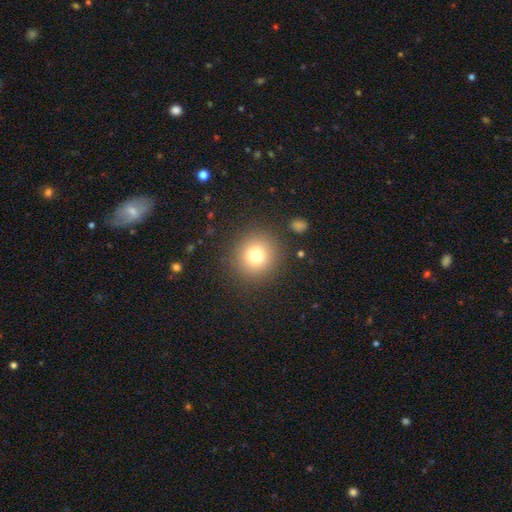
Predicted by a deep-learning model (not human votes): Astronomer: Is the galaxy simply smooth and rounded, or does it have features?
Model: smooth — 75%.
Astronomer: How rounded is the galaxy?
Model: round — 90%.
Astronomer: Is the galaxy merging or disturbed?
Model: none — 85%.